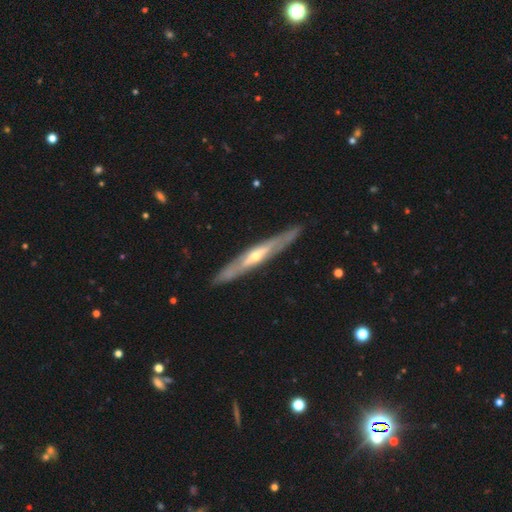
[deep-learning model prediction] Overall: featured or disk (74%). Edge-on disk: yes (84%). Edge-on bulge: rounded (73%). Merging: none (87%).